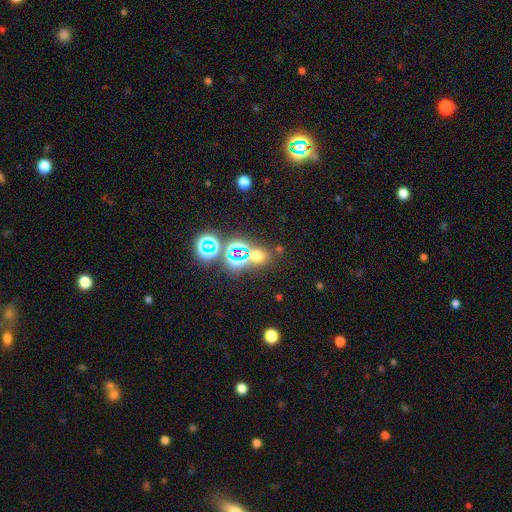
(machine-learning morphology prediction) This is possibly a smooth galaxy (47%). Merging: likely none (67%).